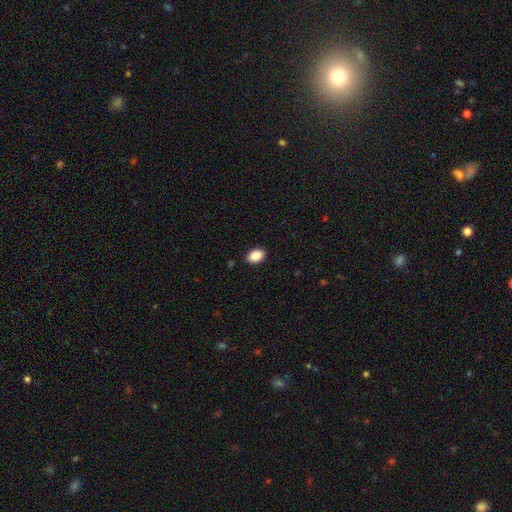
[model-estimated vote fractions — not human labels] This is clearly a smooth galaxy (87%). How rounded: clearly in between (89%). Merging: clearly none (89%).